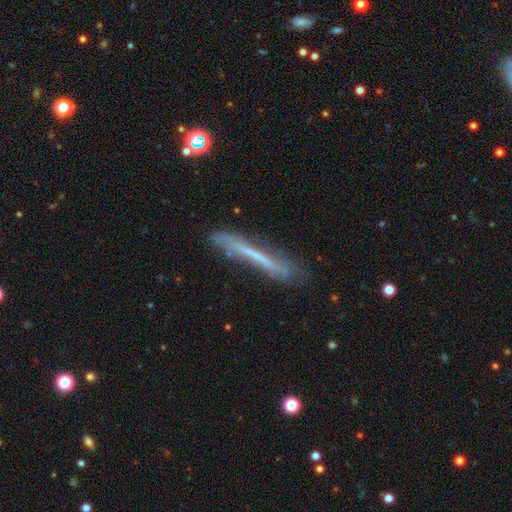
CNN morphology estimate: A featured or disk galaxy (51%) viewed edge-on (79%). Merging: none (67%).